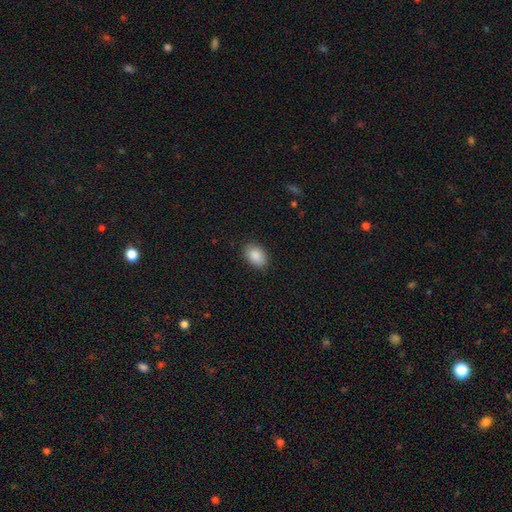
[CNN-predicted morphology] smooth 88%, star or artifact 7%, featured or disk 5%. Down the decision tree: how rounded — in between (89%); merging — none (86%).